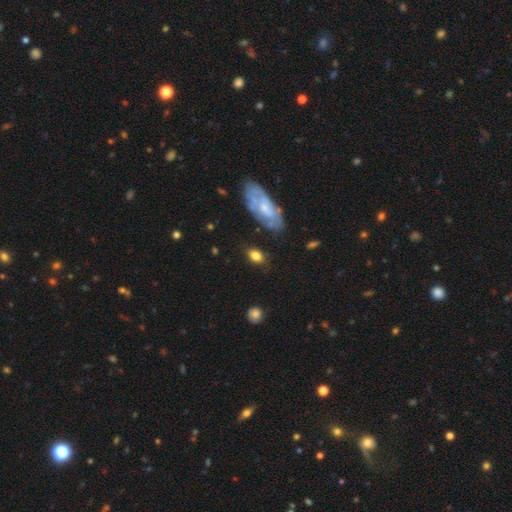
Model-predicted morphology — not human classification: This appears to be a smooth galaxy with no disk features (76%) that is in between round and cigar-shaped (72%). Merging: none (75%).